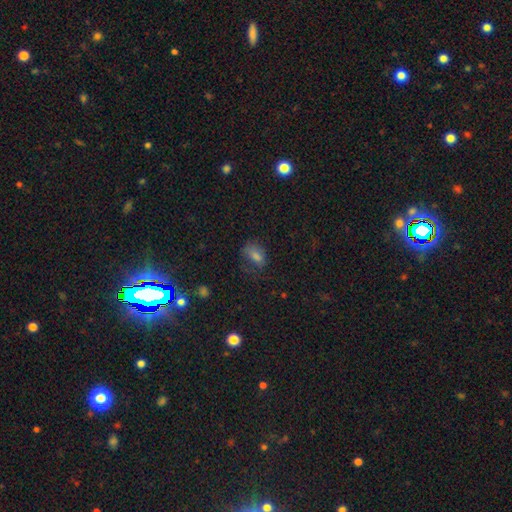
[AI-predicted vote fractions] Q: Smooth or featured?
A: smooth (64%); runner-up: star or artifact (23%)
Q: How rounded?
A: in between (80%); runner-up: round (16%)
Q: Merging?
A: none (58%); runner-up: minor disturbance (25%)